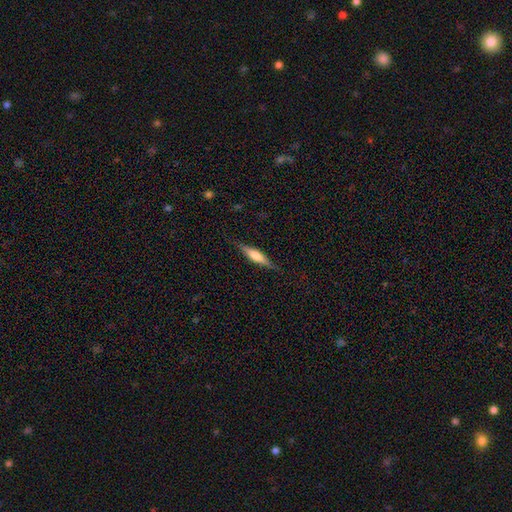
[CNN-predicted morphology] The model was most divided on "smooth or featured": featured or disk: 50%, smooth: 44%, star or artifact: 6%. More confident: edge-on disk — yes (95%); merging — none (84%).